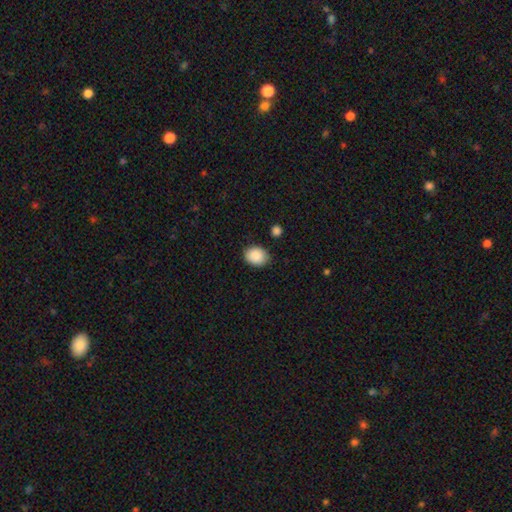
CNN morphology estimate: Smooth or featured: smooth — 90% (star or artifact — 7%)
How rounded: in between — 53% (round — 46%)
Merging: none — 83% (minor disturbance — 12%)